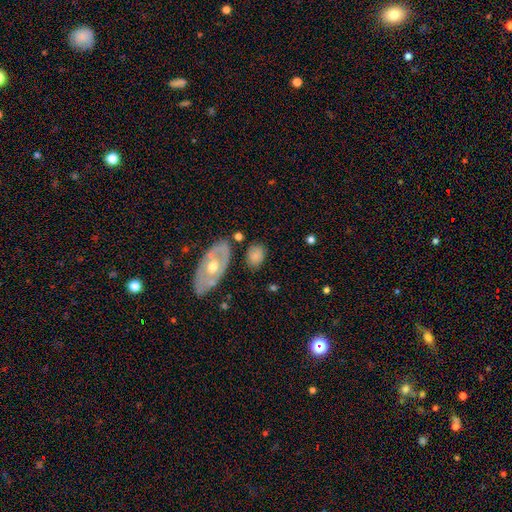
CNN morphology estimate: Q: Smooth or featured?
A: smooth (68%); runner-up: featured or disk (25%)
Q: How rounded?
A: in between (69%); runner-up: round (29%)
Q: Merging?
A: none (70%); runner-up: minor disturbance (17%)